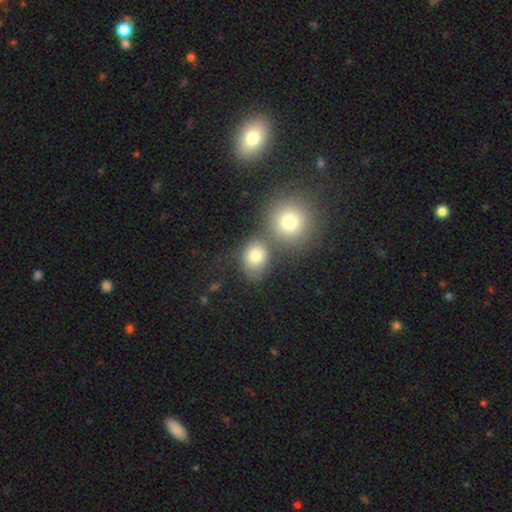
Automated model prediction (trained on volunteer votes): Smooth or featured? Predicted: smooth (p=0.76). How rounded? Predicted: round (p=0.64). Merging? Predicted: none (p=0.47).